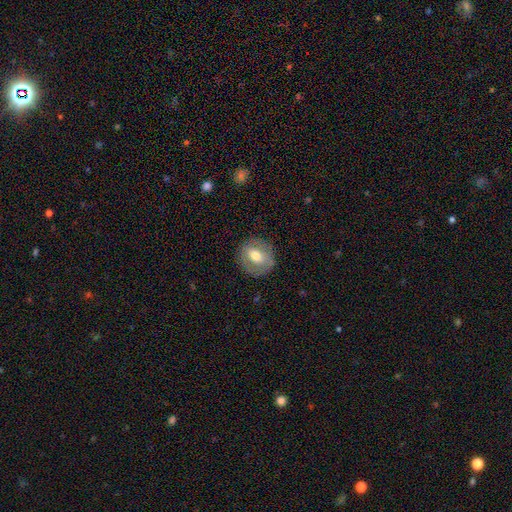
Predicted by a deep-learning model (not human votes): A smooth galaxy with no disk features (54%) that is round (81%).

Vote fractions:
- Smooth or featured? smooth: 54% / featured or disk: 39% / star or artifact: 7%
- How rounded? round: 81% / in between: 18% / cigar-shaped: 1%
- Merging? none: 83% / minor disturbance: 12% / major disturbance: 4% / merger: 1%